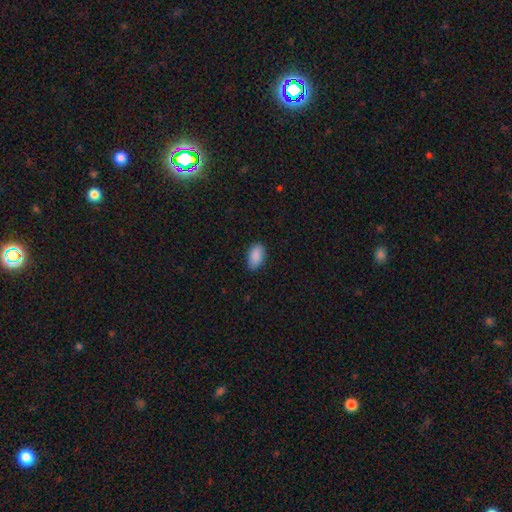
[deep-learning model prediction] smooth-or-featured: smooth: 90% | star or artifact: 7% | featured or disk: 4%
  how-rounded: in between: 94% | round: 4% | cigar-shaped: 2%
  merging: none: 84% | minor disturbance: 13% | major disturbance: 2% | merger: 1%